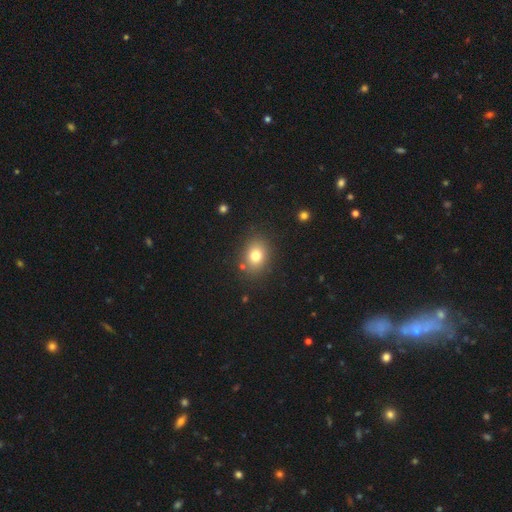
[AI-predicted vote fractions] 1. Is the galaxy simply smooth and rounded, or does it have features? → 78% smooth, 12% star or artifact, 10% featured or disk.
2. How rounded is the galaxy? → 51% in between, 48% round, 1% cigar-shaped.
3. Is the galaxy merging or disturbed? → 84% none, 10% minor disturbance, 3% major disturbance, 3% merger.